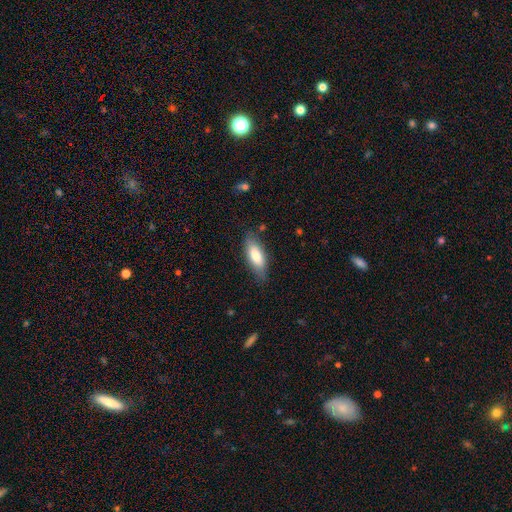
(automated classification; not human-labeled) Smooth or featured: smooth — 77% (featured or disk — 16%)
How rounded: in between — 73% (cigar-shaped — 25%)
Merging: none — 78% (minor disturbance — 17%)